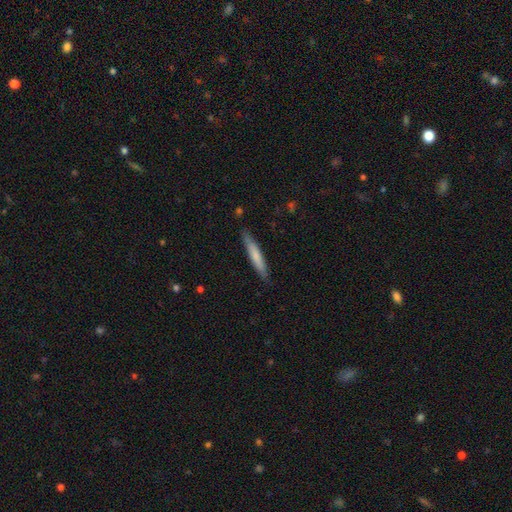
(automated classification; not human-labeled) This is likely a smooth galaxy (71%). How rounded: clearly cigar-shaped (93%). Merging: clearly none (87%).